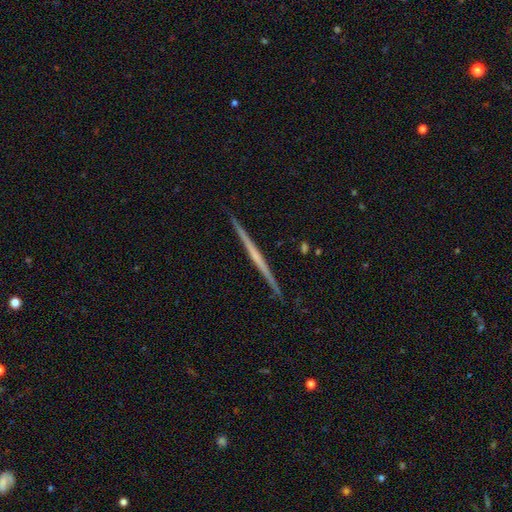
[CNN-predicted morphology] Smooth or featured? featured or disk (71%)
Edge-on disk? yes (98%)
Edge-on bulge? none (77%)
Merging? none (92%)